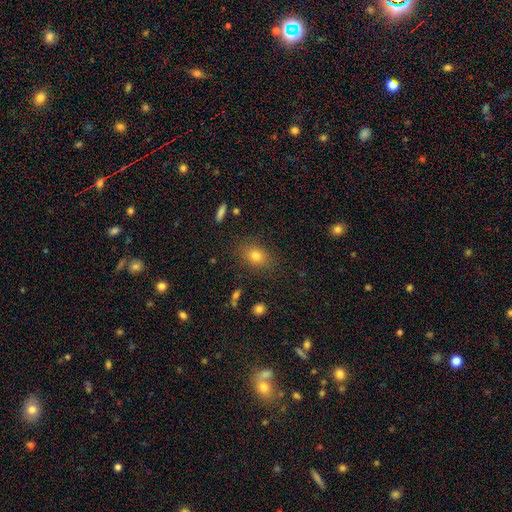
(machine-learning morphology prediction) Q: Smooth or featured?
A: smooth (77%); runner-up: star or artifact (13%)
Q: How rounded?
A: in between (65%); runner-up: round (33%)
Q: Merging?
A: none (83%); runner-up: minor disturbance (11%)